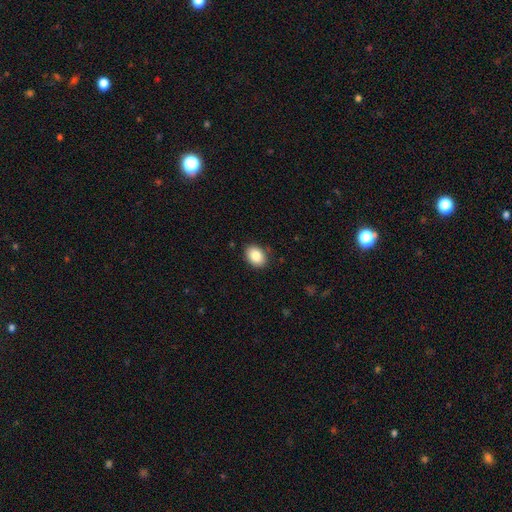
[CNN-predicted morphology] Q: Smooth or featured?
A: smooth (86%); runner-up: star or artifact (8%)
Q: How rounded?
A: in between (71%); runner-up: round (28%)
Q: Merging?
A: none (86%); runner-up: minor disturbance (10%)